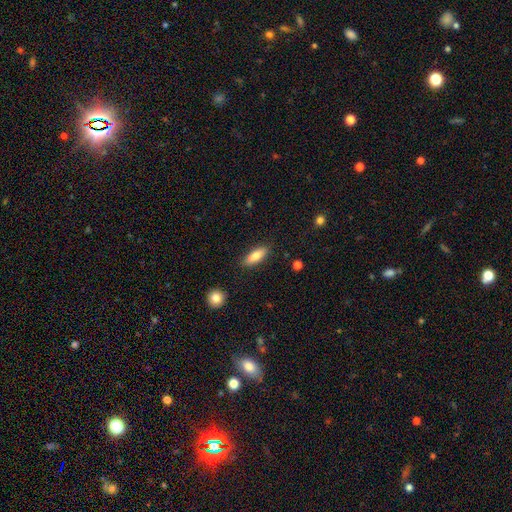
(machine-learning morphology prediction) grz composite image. It shows a smooth galaxy with no disk features (79%) that is in between round and cigar-shaped (67%). Merging: none (86%).